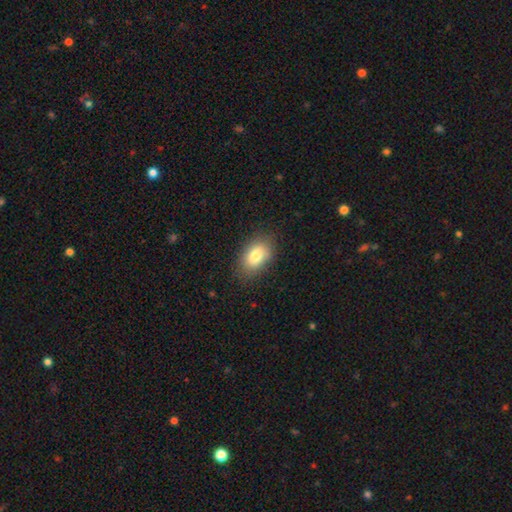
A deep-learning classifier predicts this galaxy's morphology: Smooth or featured: smooth — 82% (featured or disk — 10%)
How rounded: in between — 90% (round — 8%)
Merging: none — 82% (minor disturbance — 13%)